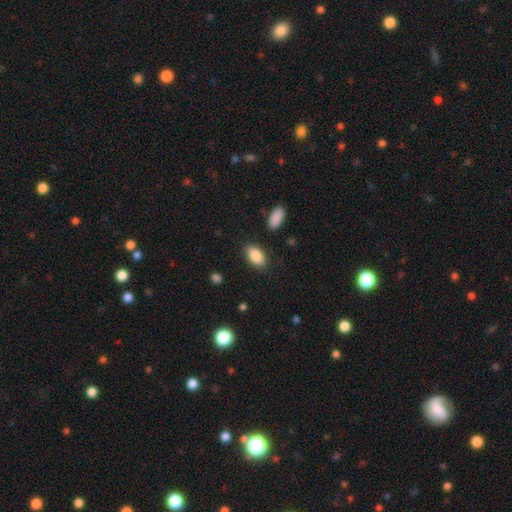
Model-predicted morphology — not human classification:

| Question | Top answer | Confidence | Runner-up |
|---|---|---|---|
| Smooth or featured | smooth | 87% | star or artifact (7%) |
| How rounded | in between | 92% | round (4%) |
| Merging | none | 85% | minor disturbance (10%) |